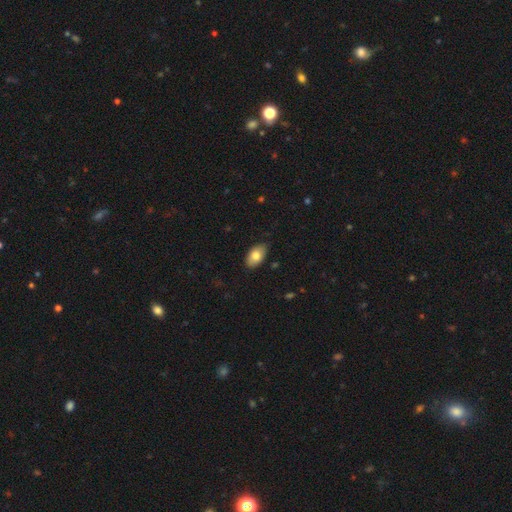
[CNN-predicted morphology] Overall: smooth (79%). How rounded: in between (93%). Merging: none (80%).